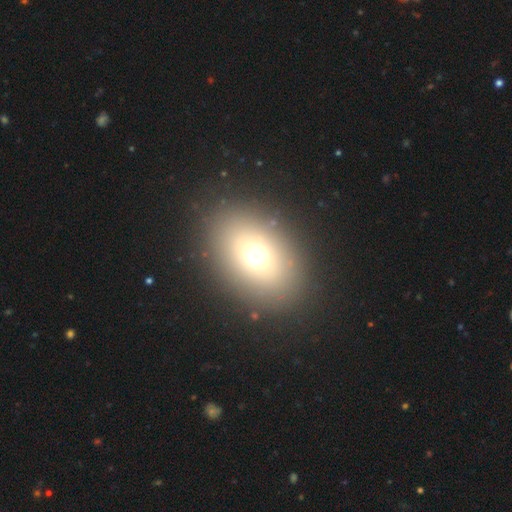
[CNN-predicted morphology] smooth_or_featured: smooth (p=0.66) [alt: featured or disk p=0.18]
how_rounded: in between (p=0.70) [alt: round p=0.28]
merging: none (p=0.85) [alt: minor disturbance p=0.08]